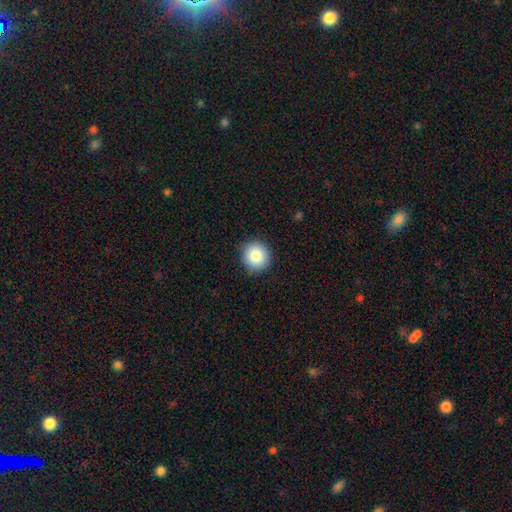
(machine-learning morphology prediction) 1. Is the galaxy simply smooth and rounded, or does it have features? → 84% smooth, 9% star or artifact, 7% featured or disk.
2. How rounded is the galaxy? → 93% round, 7% in between, 1% cigar-shaped.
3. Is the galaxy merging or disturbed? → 90% none, 7% minor disturbance, 2% major disturbance, 1% merger.